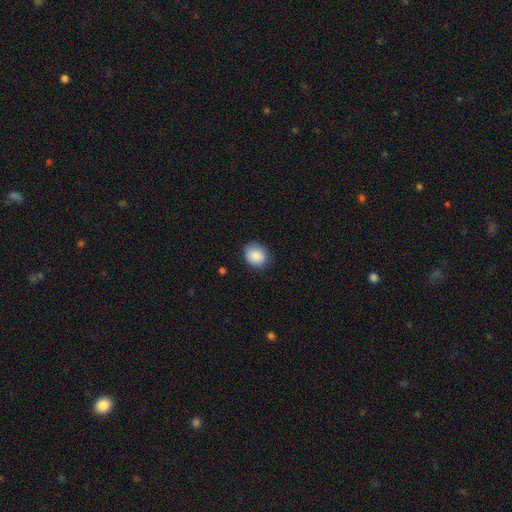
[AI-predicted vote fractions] A smooth galaxy with no disk features (87%) that is round (68%). Merging: none (85%).